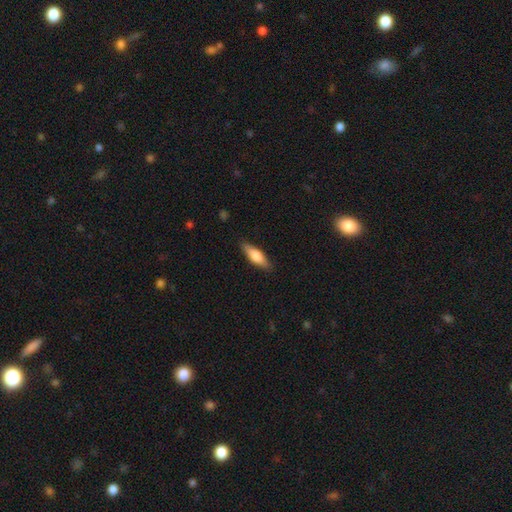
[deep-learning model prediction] The model was most divided on "how rounded": in between: 53%, cigar-shaped: 44%, round: 2%. More confident: merging — none (86%); smooth or featured — smooth (69%).